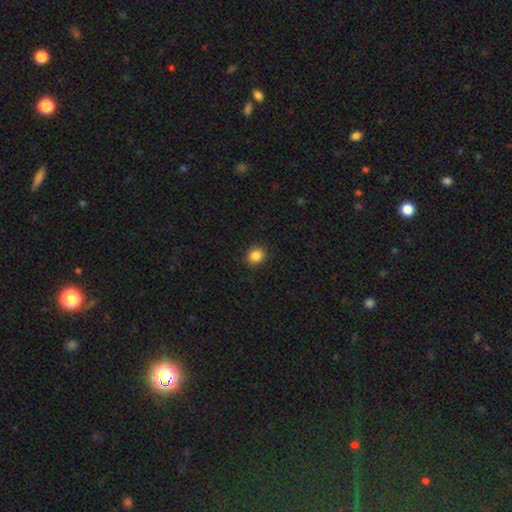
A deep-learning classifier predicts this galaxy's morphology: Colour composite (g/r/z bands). It shows a smooth galaxy with no disk features (86%) that is round (77%). Merging: none (91%).